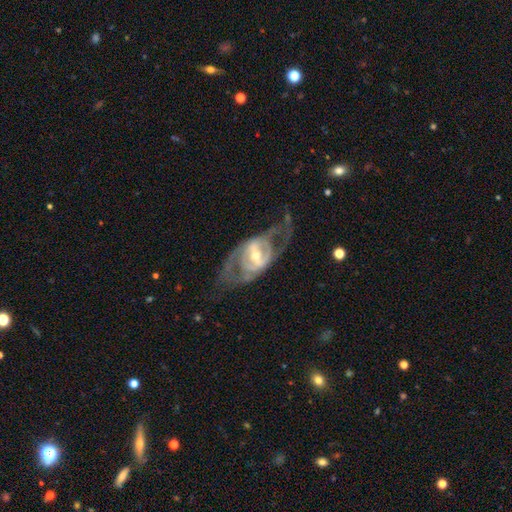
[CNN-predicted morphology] A featured or disk galaxy (85%) with a strong bar (48%), 2 (73%) medium (46%) spiral arms (75%) and a moderate central bulge (55%).

Vote fractions:
- Smooth or featured? featured or disk: 85% / smooth: 10% / star or artifact: 5%
- Edge-on disk? no: 92% / yes: 8%
- Bar? strong: 48% / weak: 35% / no: 16%
- Spiral arms? yes: 75% / no: 25%
- Spiral winding? medium: 46% / tight: 29% / loose: 25%
- Spiral arm count? 2: 73% / can't tell: 17% / 3: 4% / 1: 3% / 4: 2% / more than 4: 1%
- Bulge size? moderate: 55% / small: 38% / large: 5% / none: 1% / dominant: 1%
- Merging? none: 57% / major disturbance: 25% / minor disturbance: 17% / merger: 2%